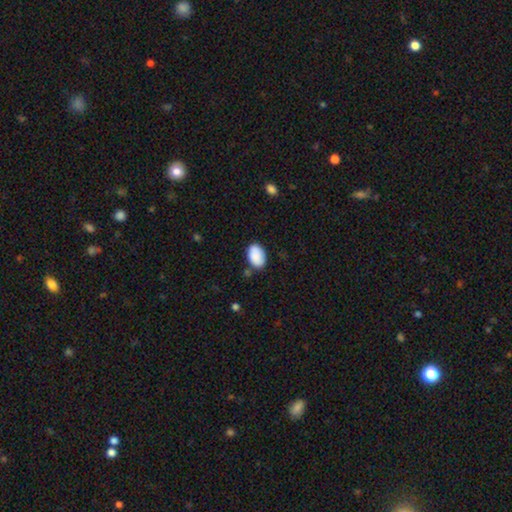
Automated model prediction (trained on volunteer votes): smooth_or_featured: smooth (p=0.89) [alt: star or artifact p=0.06]
how_rounded: in between (p=0.89) [alt: round p=0.09]
merging: none (p=0.77) [alt: minor disturbance p=0.16]